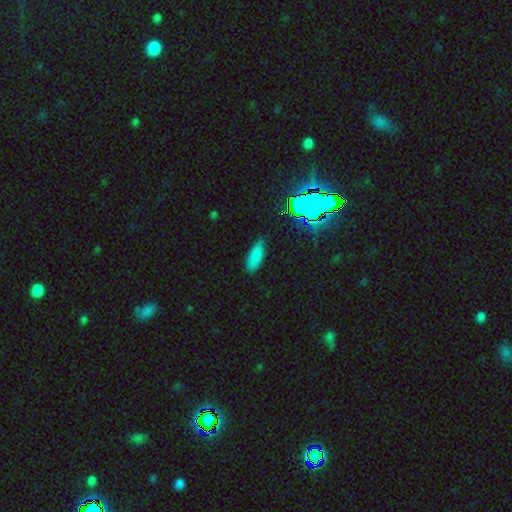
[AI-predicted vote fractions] Overall: smooth (75%). How rounded: in between (64%; cigar-shaped 33%). Merging: none (80%).